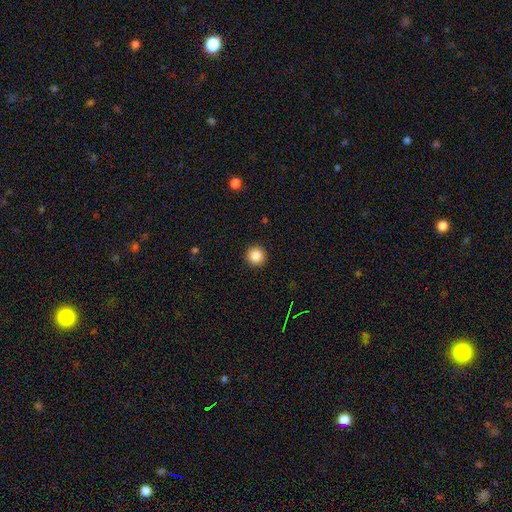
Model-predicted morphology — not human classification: Q: Smooth or featured?
A: smooth (86%); runner-up: star or artifact (10%)
Q: How rounded?
A: round (96%); runner-up: in between (3%)
Q: Merging?
A: none (93%); runner-up: minor disturbance (4%)